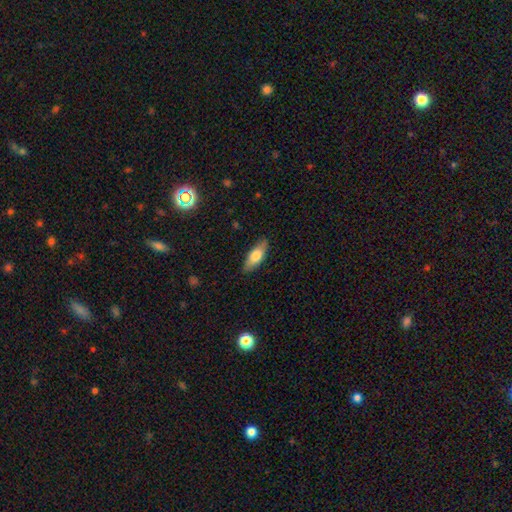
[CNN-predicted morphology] Overall: smooth (73%). How rounded: in between (70%). Merging: none (84%).